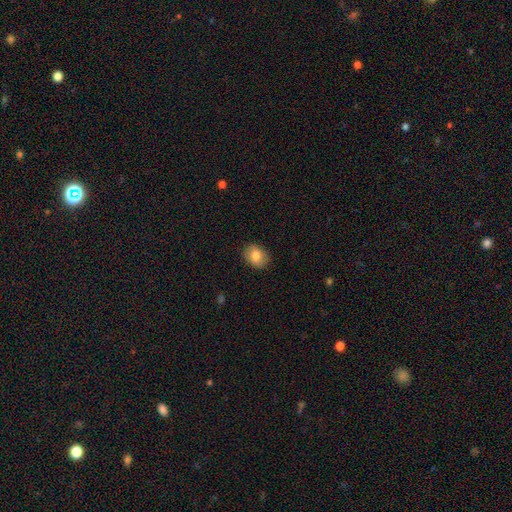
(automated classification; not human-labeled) Morphology: type=smooth (81%); roundness=in between (60%); merging=none (87%).